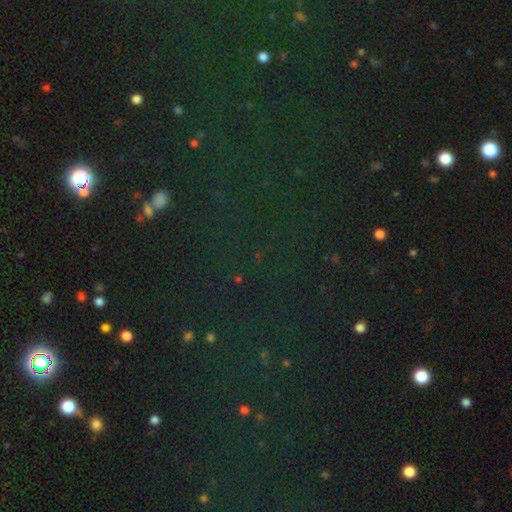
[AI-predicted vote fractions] Smooth or featured: star or artifact — 75% (smooth — 16%)